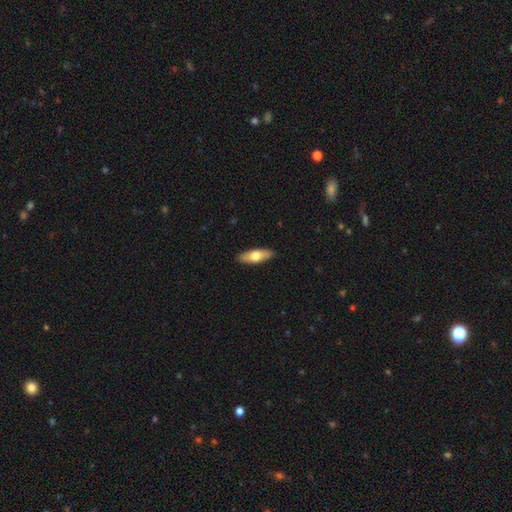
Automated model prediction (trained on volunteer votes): A smooth galaxy with no disk features (65%) that is in between round and cigar-shaped (60%).

Vote fractions:
- Smooth or featured? smooth: 65% / featured or disk: 29% / star or artifact: 5%
- How rounded? in between: 60% / cigar-shaped: 38% / round: 2%
- Merging? none: 90% / minor disturbance: 7% / major disturbance: 1% / merger: 1%